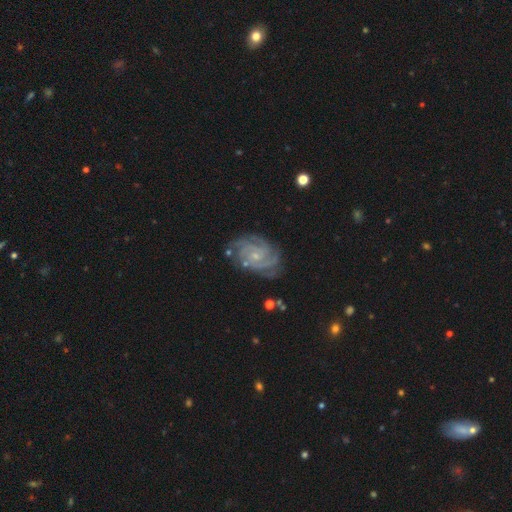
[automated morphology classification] Q: Smooth or featured?
A: featured or disk (88%); runner-up: star or artifact (6%)
Q: Edge-on disk?
A: no (97%); runner-up: yes (3%)
Q: Bar?
A: no (70%); runner-up: weak (24%)
Q: Spiral arms?
A: yes (98%); runner-up: no (2%)
Q: Spiral winding?
A: tight (71%); runner-up: medium (25%)
Q: Spiral arm count?
A: 3 (25%); runner-up: 4 (22%)
Q: Bulge size?
A: small (77%); runner-up: moderate (17%)
Q: Merging?
A: none (75%); runner-up: minor disturbance (17%)